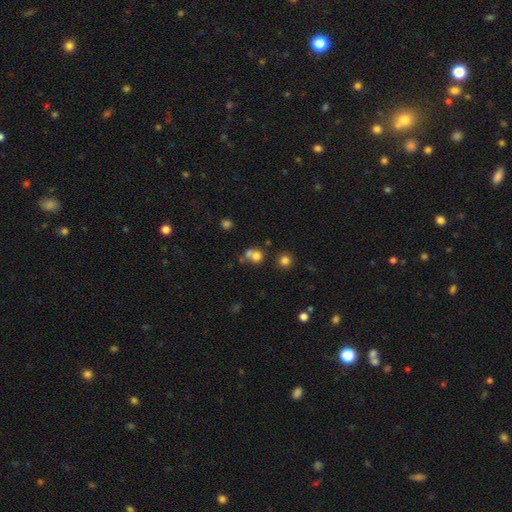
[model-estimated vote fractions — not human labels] This is likely a smooth galaxy (72%). How rounded: clearly round (81%). Merging: marginally none (44%).